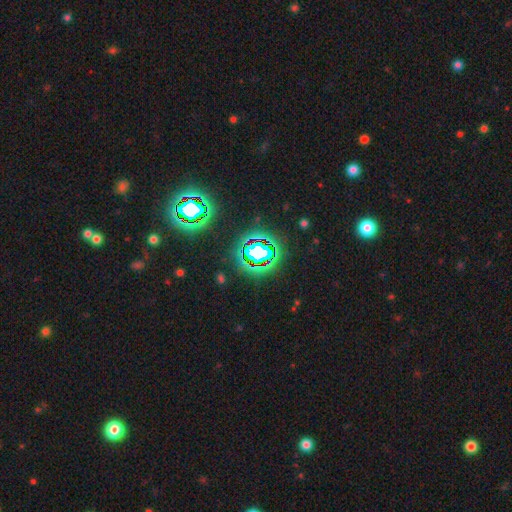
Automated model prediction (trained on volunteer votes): smooth_or_featured: star or artifact (p=0.71) [alt: smooth p=0.17]